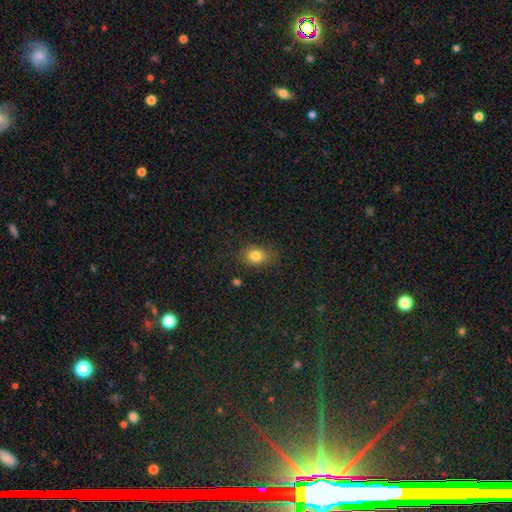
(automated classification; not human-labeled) Q: Smooth or featured?
A: smooth (81%); runner-up: star or artifact (12%)
Q: How rounded?
A: in between (56%); runner-up: round (43%)
Q: Merging?
A: none (78%); runner-up: minor disturbance (16%)